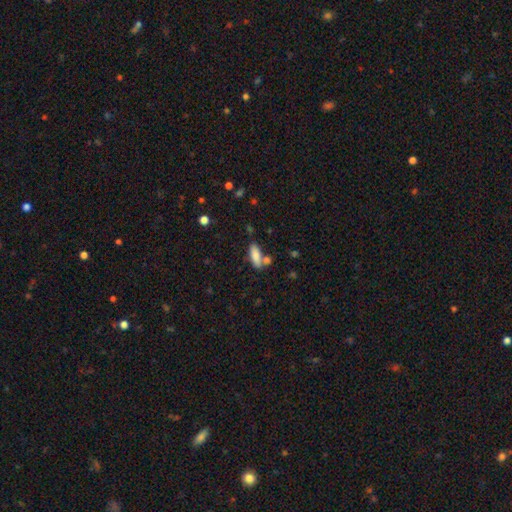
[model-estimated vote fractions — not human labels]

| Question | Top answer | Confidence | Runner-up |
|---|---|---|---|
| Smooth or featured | smooth | 83% | featured or disk (10%) |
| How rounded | in between | 67% | cigar-shaped (31%) |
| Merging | none | 59% | merger (22%) |